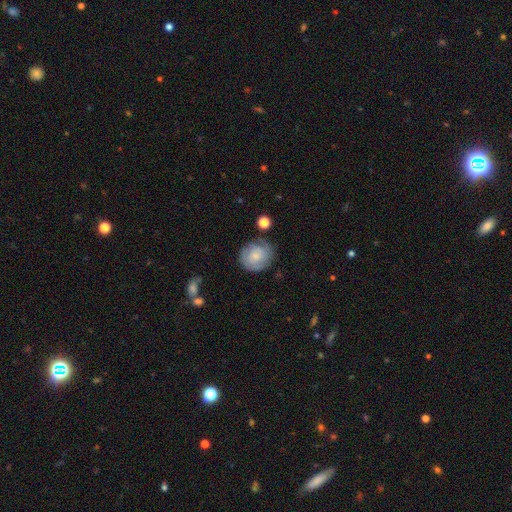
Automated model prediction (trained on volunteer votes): Smooth or featured? featured or disk (52%)
Edge-on disk? no (98%)
Bar? no (75%)
Spiral arms? yes (85%)
Bulge size? small (59%)
Merging? none (72%)